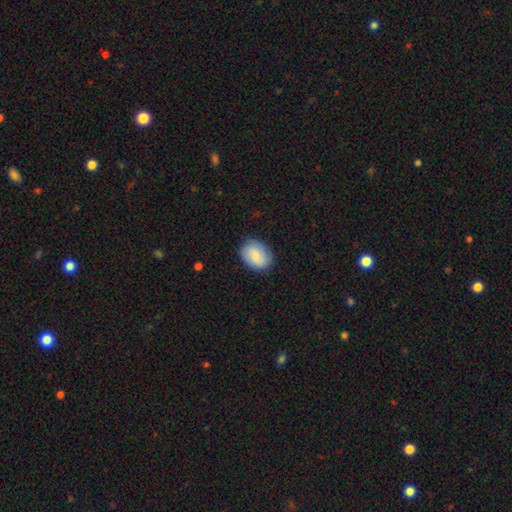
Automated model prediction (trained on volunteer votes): A smooth galaxy with no disk features (79%) that is in between round and cigar-shaped (68%). Merging: none (82%).